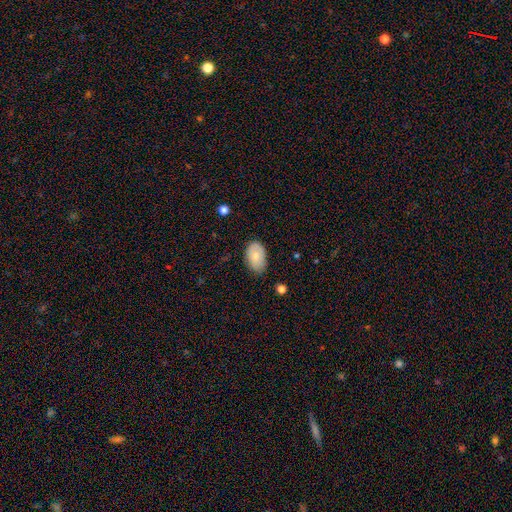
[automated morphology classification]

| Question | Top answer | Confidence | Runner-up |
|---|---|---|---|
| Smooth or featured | smooth | 75% | featured or disk (19%) |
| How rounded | in between | 90% | round (9%) |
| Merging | none | 73% | minor disturbance (22%) |